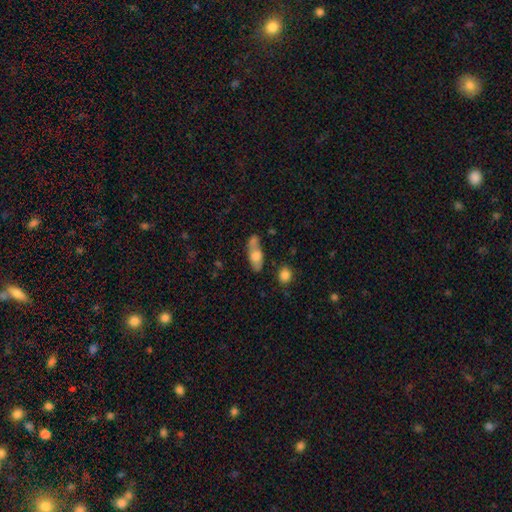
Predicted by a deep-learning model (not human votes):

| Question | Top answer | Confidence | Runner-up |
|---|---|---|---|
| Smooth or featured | smooth | 65% | featured or disk (27%) |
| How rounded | in between | 68% | cigar-shaped (28%) |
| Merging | none | 48% | merger (24%) |